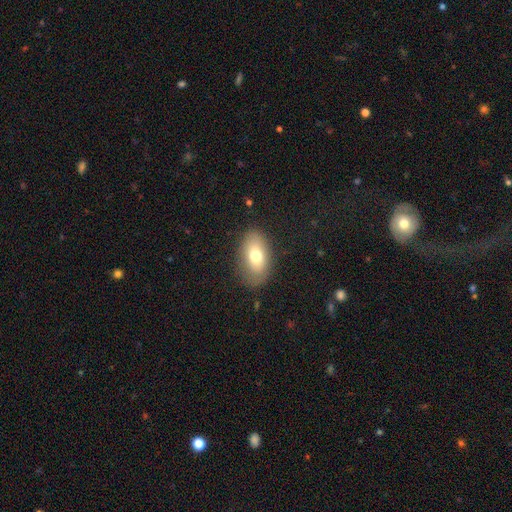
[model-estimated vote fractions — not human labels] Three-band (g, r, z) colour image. It shows a smooth galaxy with no disk features (73%) that is in between round and cigar-shaped (89%). Merging: none (80%).